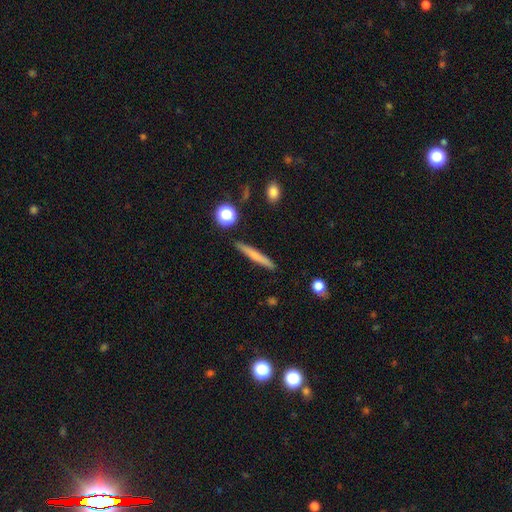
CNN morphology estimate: Smooth or featured? smooth (63%)
How rounded? cigar-shaped (94%)
Merging? none (89%)